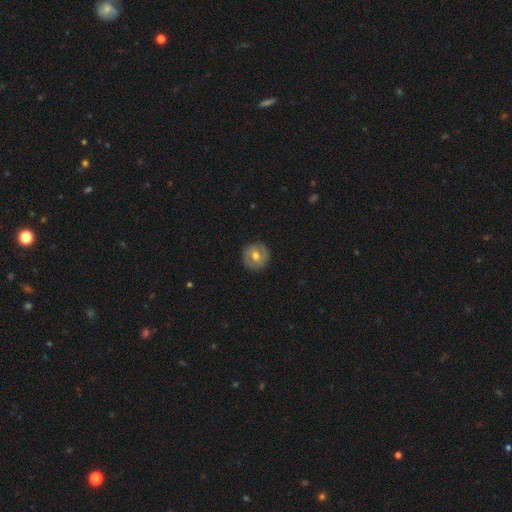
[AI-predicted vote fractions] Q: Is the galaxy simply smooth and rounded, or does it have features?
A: smooth — 51%.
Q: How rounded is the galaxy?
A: round — 93%.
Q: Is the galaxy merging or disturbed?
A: none — 89%.